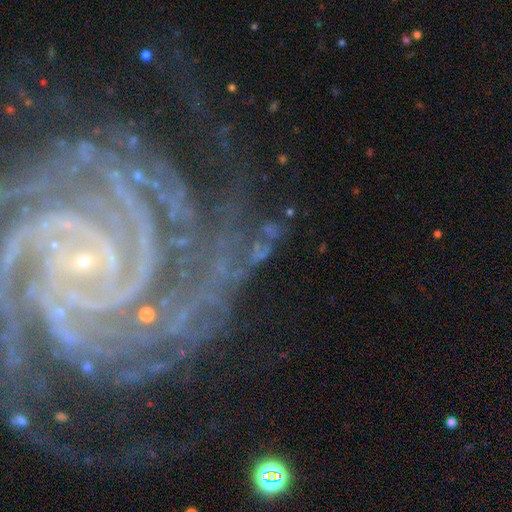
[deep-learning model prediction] A featured or disk galaxy (89%) with no bar (49%), 4 (19%, tied with 2) tight (77%) spiral arms (98%) and a small central bulge (88%).

Vote fractions:
- Smooth or featured? featured or disk: 89% / star or artifact: 7% / smooth: 4%
- Edge-on disk? no: 98% / yes: 2%
- Bar? no: 49% / weak: 29% / strong: 22%
- Spiral arms? yes: 98% / no: 2%
- Spiral winding? tight: 77% / medium: 19% / loose: 4%
- Spiral arm count? 4: 19% (tied) / 2: 19% (tied) / more than 4: 18% / can't tell: 17% / 3: 16% / 1: 10%
- Bulge size? small: 88% / moderate: 6% / none: 4% / large: 1% / dominant: 1%
- Merging? none: 68% / minor disturbance: 17% / major disturbance: 11% / merger: 3%